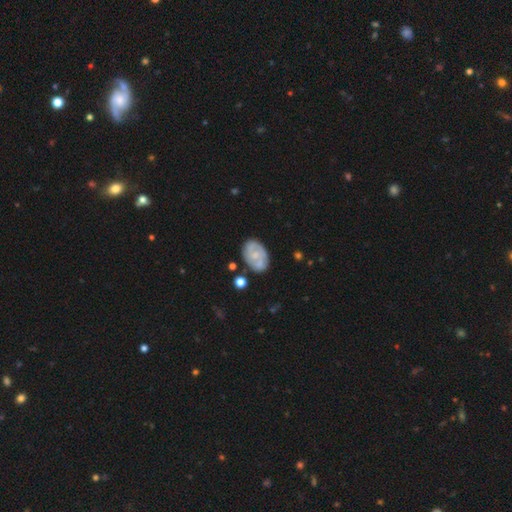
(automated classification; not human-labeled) smooth_or_featured: featured or disk (p=0.63) [alt: smooth p=0.31]
disk_edge_on: no (p=0.97) [alt: yes p=0.03]
bar: no (p=0.67) [alt: weak p=0.28]
has_spiral_arms: yes (p=0.74) [alt: no p=0.26]
bulge_size: small (p=0.52) [alt: moderate p=0.30]
merging: none (p=0.72) [alt: minor disturbance p=0.18]